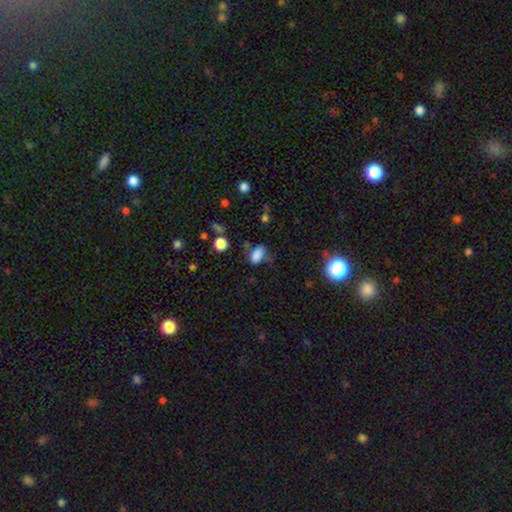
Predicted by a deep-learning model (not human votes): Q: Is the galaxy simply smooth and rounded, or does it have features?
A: smooth — 80%.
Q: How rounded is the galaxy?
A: in between — 86%.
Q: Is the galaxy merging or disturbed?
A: none — 54%.